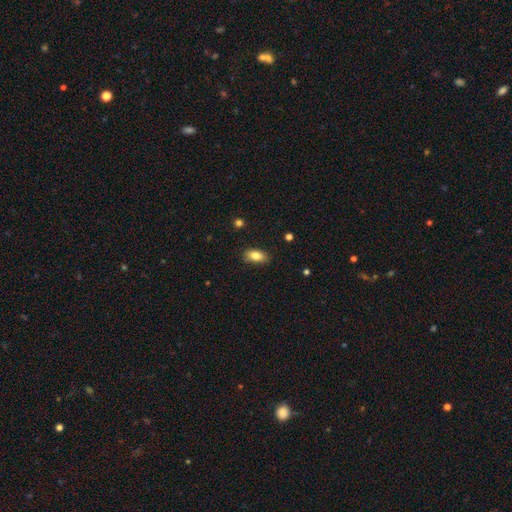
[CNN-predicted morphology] Smooth or featured: smooth — 82% (featured or disk — 10%)
How rounded: in between — 88% (cigar-shaped — 7%)
Merging: none — 84% (minor disturbance — 12%)